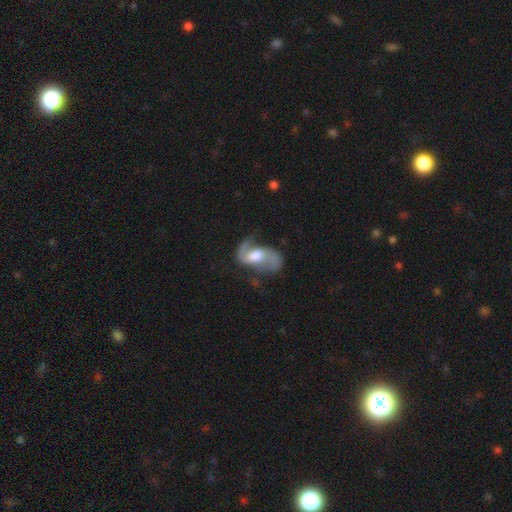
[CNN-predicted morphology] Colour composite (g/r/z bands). It shows a featured or disk galaxy (84%) with a weak bar (47%), 2 (89%) loose (51%) spiral arms (94%) and a moderate central bulge (49%). Merging: none (55%).